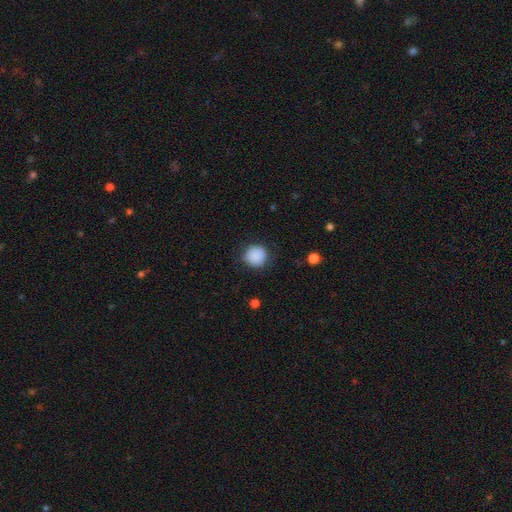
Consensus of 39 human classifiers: Volunteers were most divided on "merging": none: 84%, minor disturbance: 14%, merger: 3%, major disturbance: 0%. More confident: how rounded — round (97%); smooth or featured — smooth (95%).